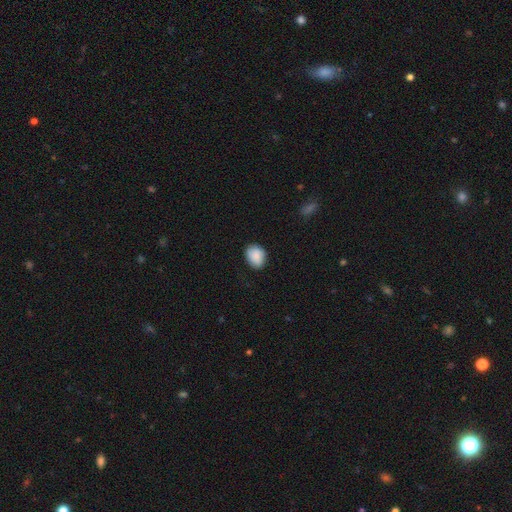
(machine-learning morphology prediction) type=smooth (86%); roundness=in between (62%); merging=none (79%).